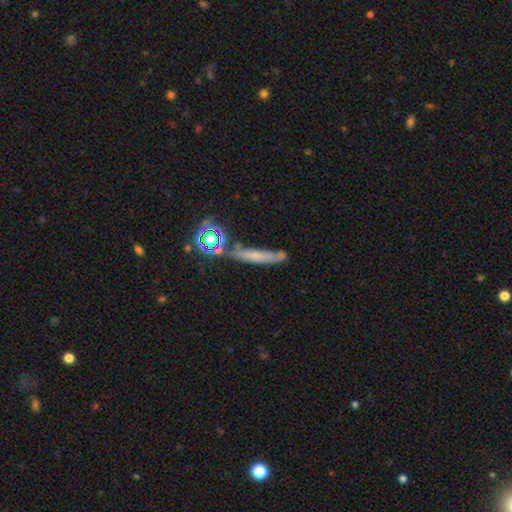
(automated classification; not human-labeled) smooth 55%, featured or disk 23%, star or artifact 22%. Down the decision tree: how rounded — cigar-shaped (82%); merging — none (67%).